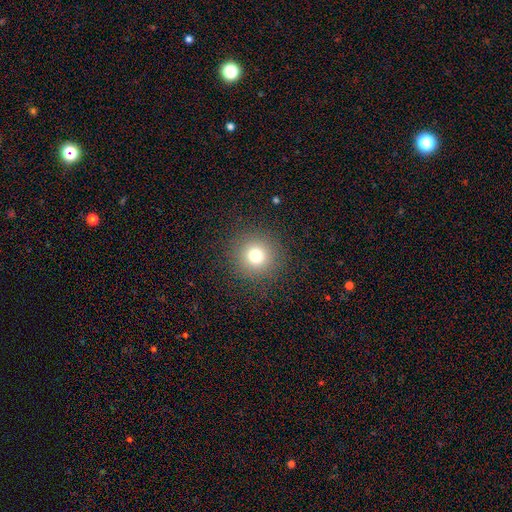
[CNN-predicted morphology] smooth 76%, star or artifact 15%, featured or disk 9%. Down the decision tree: how rounded — round (95%); merging — none (90%).